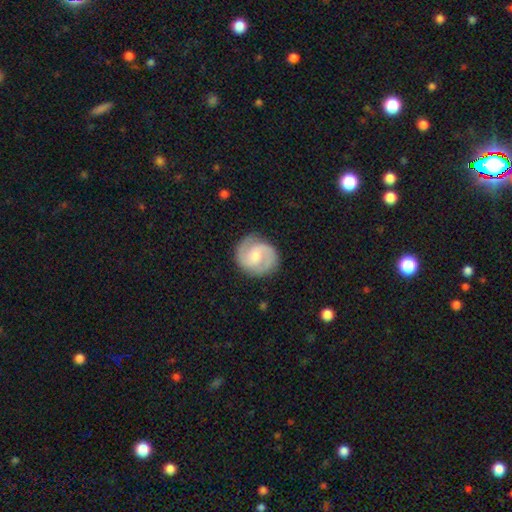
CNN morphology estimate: The model was most divided on "bulge size": moderate: 48%, small: 42%, large: 4%, none: 4%, dominant: 1%. Remaining: edge-on disk — no (98%); spiral arms — yes (96%); spiral arm count — 2 (89%); merging — none (84%); smooth or featured — featured or disk (80%); spiral winding — medium (52%); bar — weak (48%).